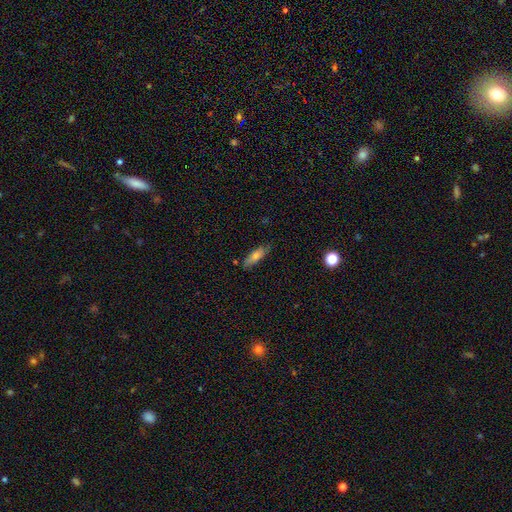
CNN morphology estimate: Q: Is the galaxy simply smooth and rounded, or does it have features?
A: smooth — 69%.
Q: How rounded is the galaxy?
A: in between — 52%.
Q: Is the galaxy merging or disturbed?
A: none — 77%.